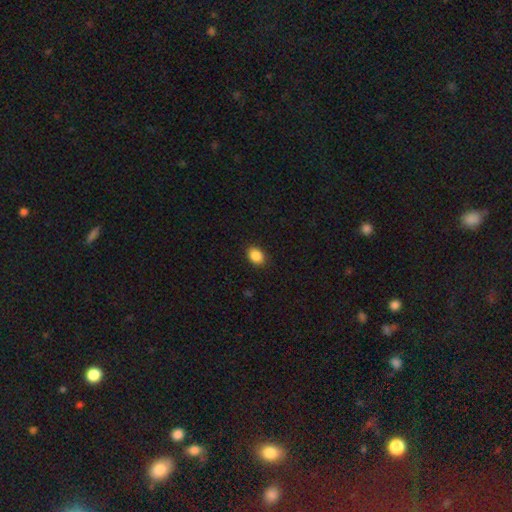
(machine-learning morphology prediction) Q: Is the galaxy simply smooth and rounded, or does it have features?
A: smooth — 88%.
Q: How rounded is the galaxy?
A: in between — 66%.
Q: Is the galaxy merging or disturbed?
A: none — 88%.